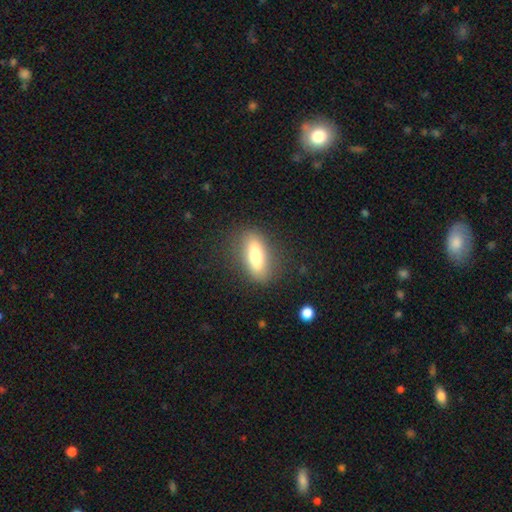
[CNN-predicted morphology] A smooth galaxy with no disk features (68%) that is in between round and cigar-shaped (61%). Merging: none (83%).